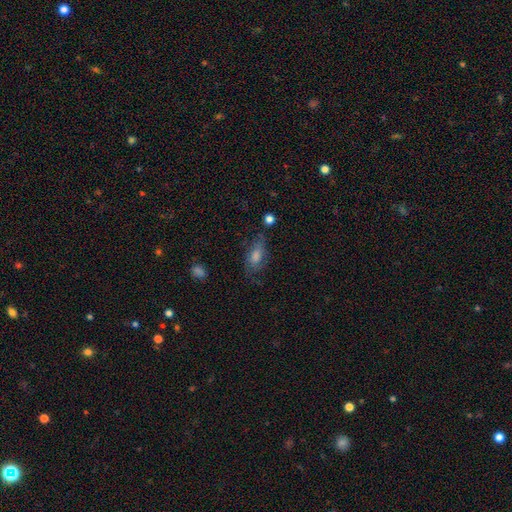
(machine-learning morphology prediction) Smooth or featured: smooth — 45% (featured or disk — 39%)
Merging: none — 61% (minor disturbance — 23%)